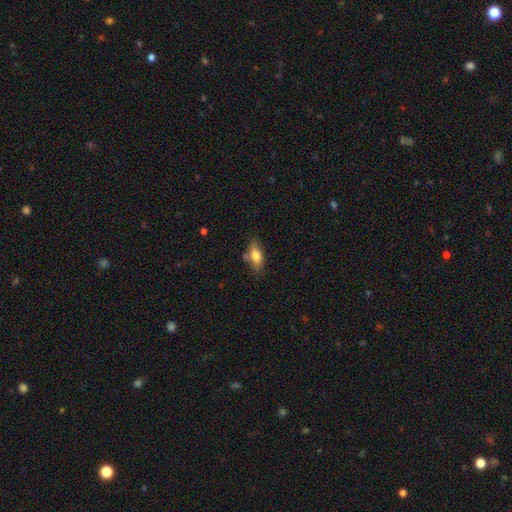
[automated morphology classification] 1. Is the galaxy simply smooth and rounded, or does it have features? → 77% smooth, 15% featured or disk, 8% star or artifact.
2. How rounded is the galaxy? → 83% in between, 12% cigar-shaped, 5% round.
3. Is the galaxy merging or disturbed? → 69% none, 19% minor disturbance, 8% merger, 4% major disturbance.